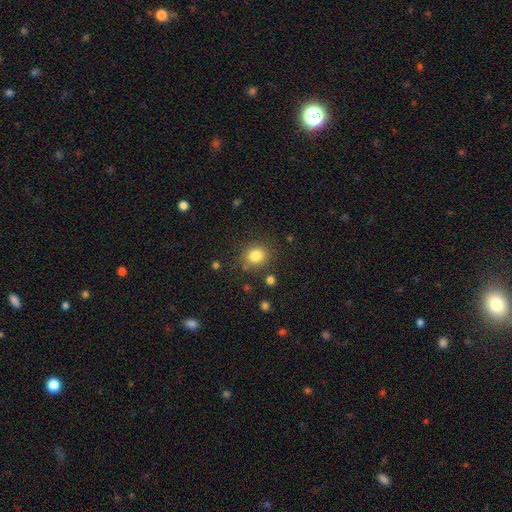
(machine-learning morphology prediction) A smooth galaxy with no disk features (82%) that is round (77%).

Vote fractions:
- Smooth or featured? smooth: 82% / star or artifact: 12% / featured or disk: 7%
- How rounded? round: 77% / in between: 22% / cigar-shaped: 1%
- Merging? none: 83% / minor disturbance: 10% / major disturbance: 4% / merger: 4%